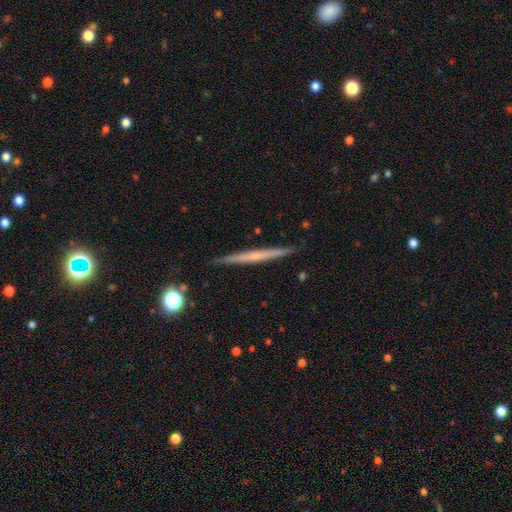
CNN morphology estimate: Smooth or featured: featured or disk — 58% (smooth — 36%)
Edge-on disk: yes — 98% (no — 2%)
Edge-on bulge: none — 75% (rounded — 19%)
Merging: none — 91% (minor disturbance — 7%)